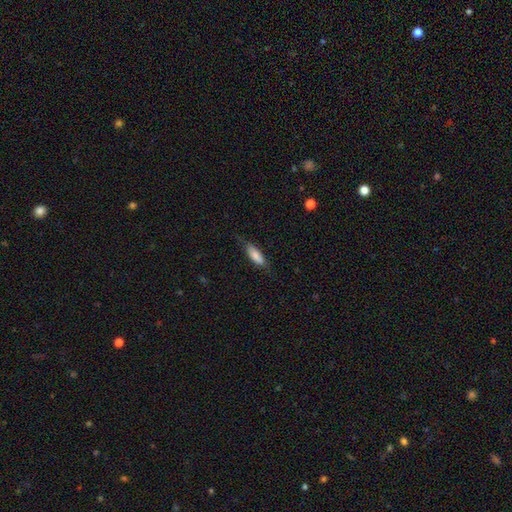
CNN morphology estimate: smooth 80%, featured or disk 14%, star or artifact 6%. Down the decision tree: how rounded — in between (58%); merging — none (71%).